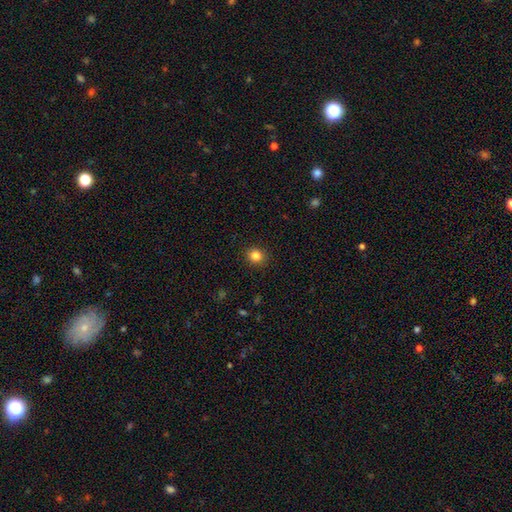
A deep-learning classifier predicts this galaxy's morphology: A smooth galaxy with no disk features (84%) that is round (85%).

Vote fractions:
- Smooth or featured? smooth: 84% / star or artifact: 12% / featured or disk: 5%
- How rounded? round: 85% / in between: 14% / cigar-shaped: 1%
- Merging? none: 91% / minor disturbance: 6% / major disturbance: 2% / merger: 1%